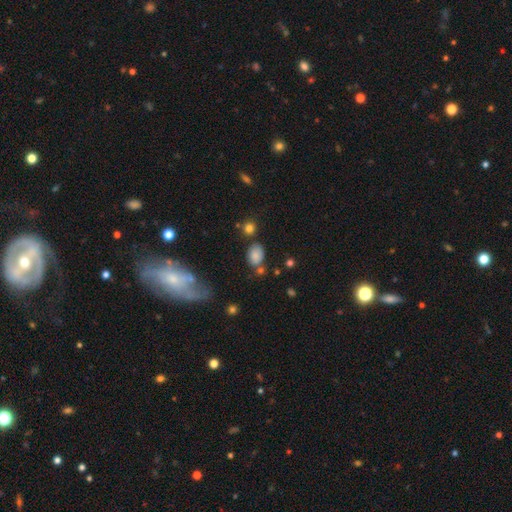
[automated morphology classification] smooth_or_featured: smooth (p=0.79) [alt: star or artifact p=0.11]
how_rounded: in between (p=0.71) [alt: round p=0.28]
merging: none (p=0.63) [alt: minor disturbance p=0.19]